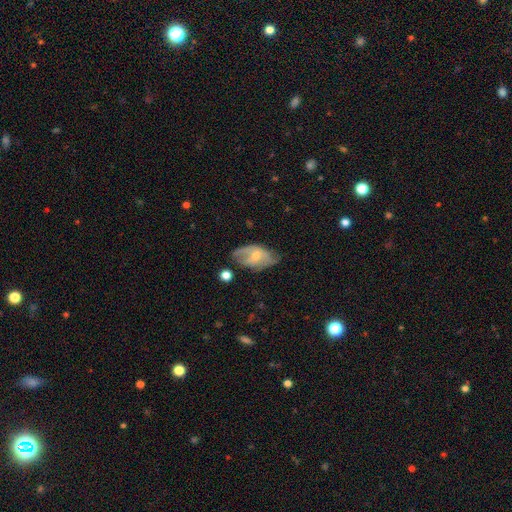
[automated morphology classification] featured or disk 50%, smooth 43%, star or artifact 7%. Down the decision tree: edge-on disk — no (91%); merging — none (48%).